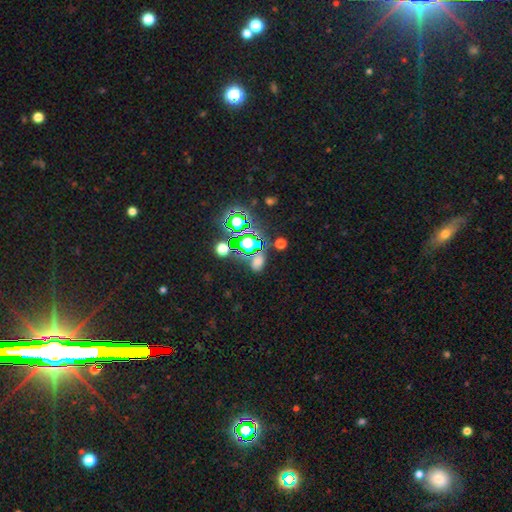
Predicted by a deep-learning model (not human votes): Smooth or featured: star or artifact — 61% (smooth — 30%)